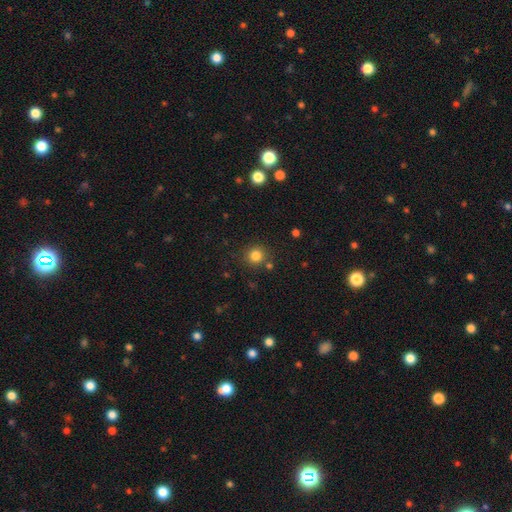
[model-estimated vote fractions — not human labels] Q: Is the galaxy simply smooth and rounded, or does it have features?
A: smooth — 82%.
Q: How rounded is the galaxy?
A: round — 93%.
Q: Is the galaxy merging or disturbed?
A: none — 82%.